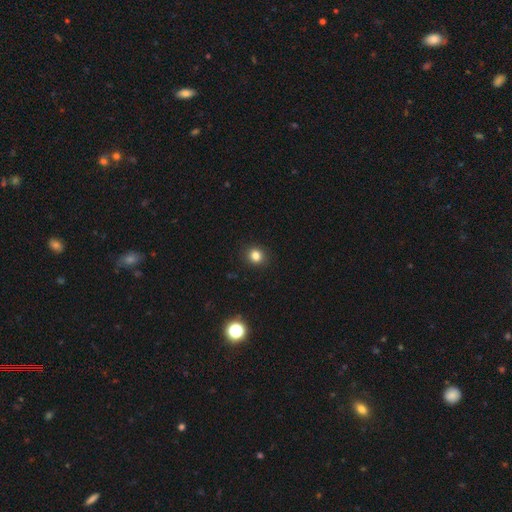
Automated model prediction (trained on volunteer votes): This is clearly a smooth galaxy (83%). How rounded: likely round (76%). Merging: clearly none (90%).